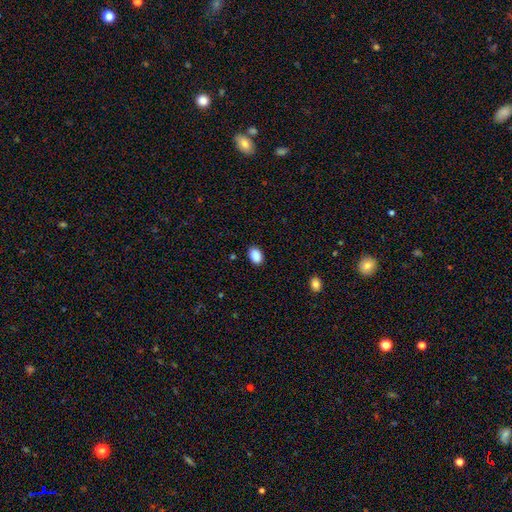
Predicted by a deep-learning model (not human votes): Overall: smooth (90%). How rounded: in between (84%). Merging: none (89%).